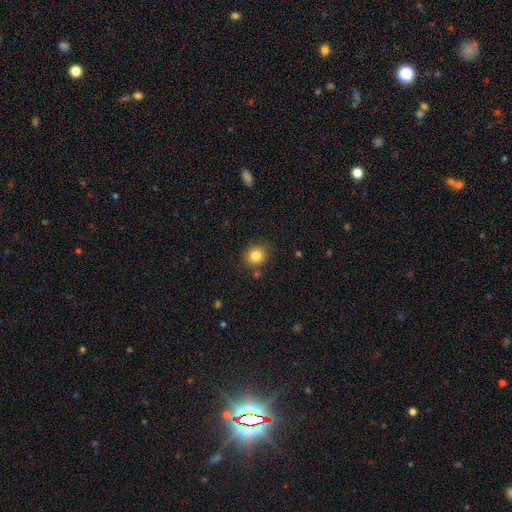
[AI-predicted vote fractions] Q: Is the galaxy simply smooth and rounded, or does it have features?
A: smooth — 84%.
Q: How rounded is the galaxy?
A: round — 86%.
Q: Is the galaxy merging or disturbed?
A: none — 83%.